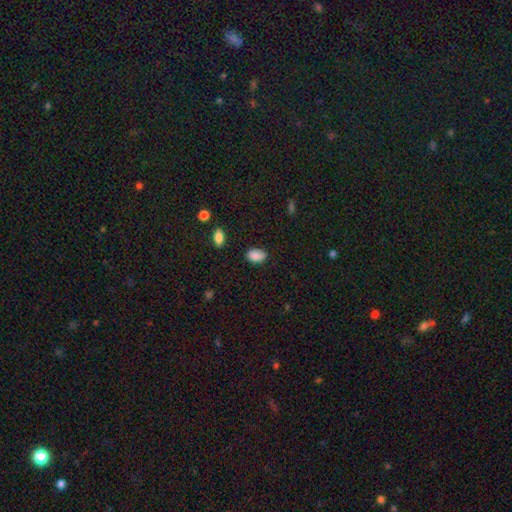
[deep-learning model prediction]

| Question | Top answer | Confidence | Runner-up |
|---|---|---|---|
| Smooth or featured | smooth | 87% | star or artifact (9%) |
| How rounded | in between | 87% | round (11%) |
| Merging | none | 77% | minor disturbance (18%) |